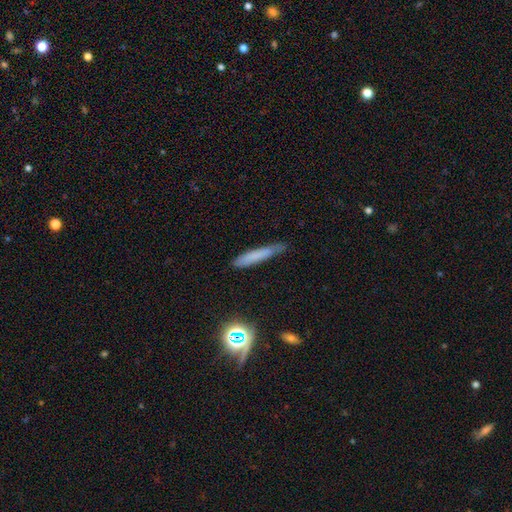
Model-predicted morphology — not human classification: smooth-or-featured: smooth: 68% | featured or disk: 21% | star or artifact: 12%
  how-rounded: cigar-shaped: 91% | in between: 7% | round: 2%
  merging: none: 74% | minor disturbance: 20% | major disturbance: 4% | merger: 2%